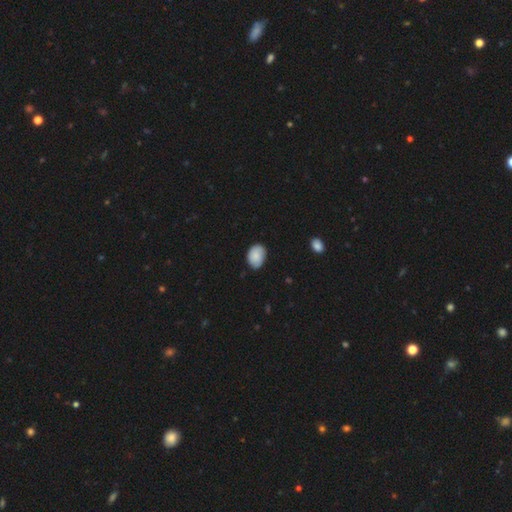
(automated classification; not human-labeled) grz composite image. It shows a smooth galaxy with no disk features (83%) that is in between round and cigar-shaped (72%). Merging: none (71%).